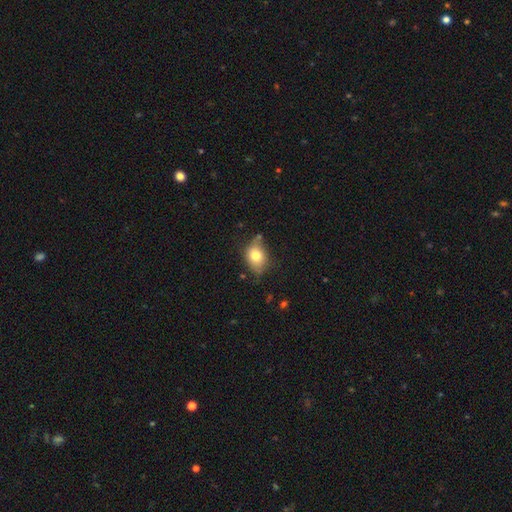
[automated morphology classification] A smooth galaxy with no disk features (76%) that is in between round and cigar-shaped (67%).

Vote fractions:
- Smooth or featured? smooth: 76% / featured or disk: 15% / star or artifact: 9%
- How rounded? in between: 67% / round: 31% / cigar-shaped: 1%
- Merging? none: 63% / minor disturbance: 27% / major disturbance: 6% / merger: 5%